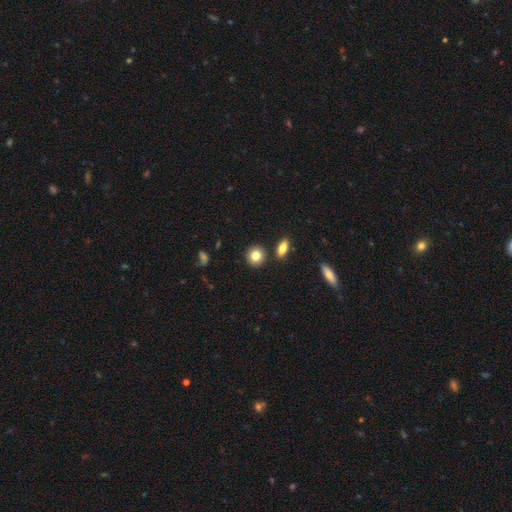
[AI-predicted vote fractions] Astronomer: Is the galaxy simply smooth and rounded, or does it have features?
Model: smooth — 83%.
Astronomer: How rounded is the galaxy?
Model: round — 83%.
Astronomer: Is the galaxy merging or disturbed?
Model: none — 85%.